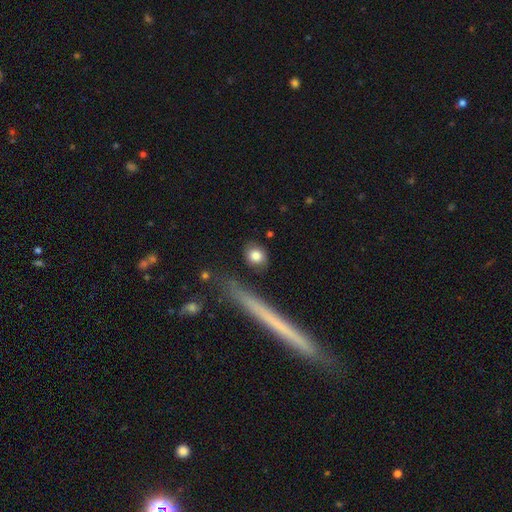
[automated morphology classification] Smooth or featured? smooth (82%)
How rounded? round (66%)
Merging? none (81%)